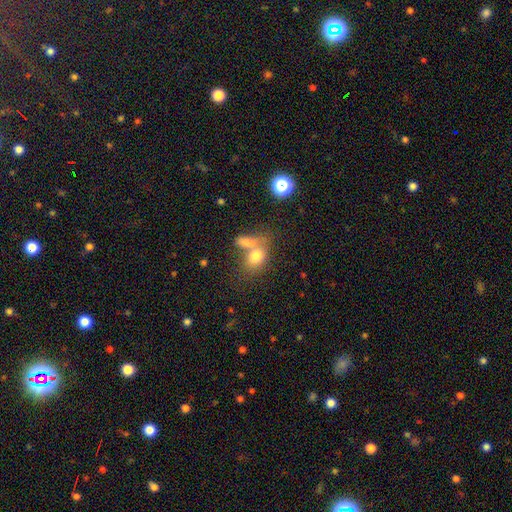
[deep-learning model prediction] Overall: smooth (76%). How rounded: in between (67%; round 30%). Merging: merger (45%; none 36%).